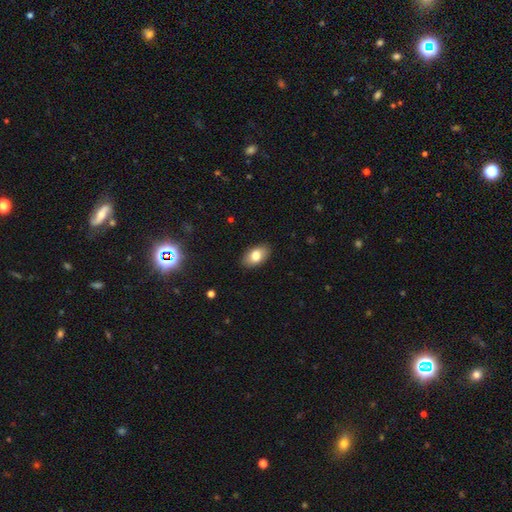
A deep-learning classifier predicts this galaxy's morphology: type=smooth (79%); roundness=in between (92%); merging=none (88%).